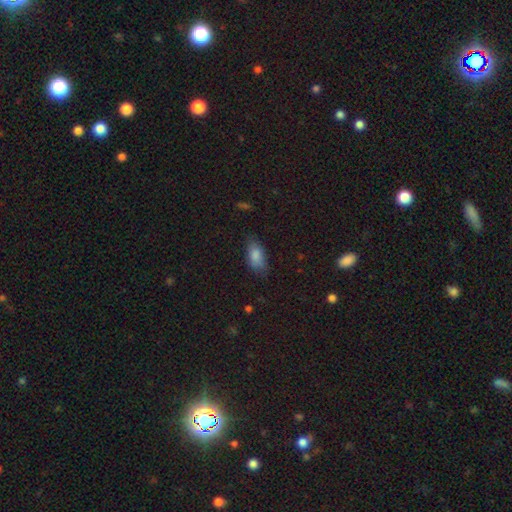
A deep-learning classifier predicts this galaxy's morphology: type=smooth (83%); roundness=in between (88%); merging=none (70%).